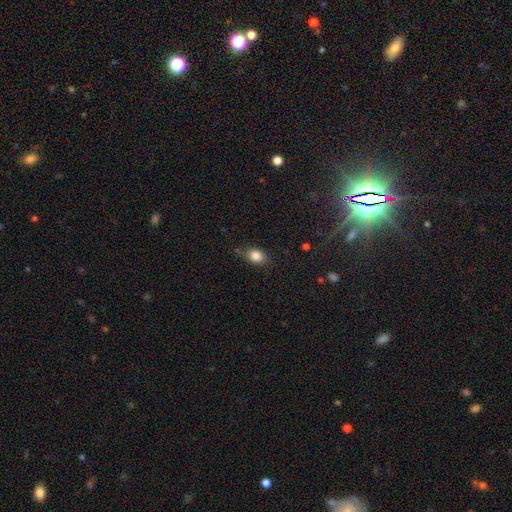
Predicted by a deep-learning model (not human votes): A smooth galaxy with no disk features (83%) that is in between round and cigar-shaped (66%).

Vote fractions:
- Smooth or featured? smooth: 83% / star or artifact: 9% / featured or disk: 7%
- How rounded? in between: 66% / round: 32% / cigar-shaped: 2%
- Merging? none: 67% / minor disturbance: 24% / major disturbance: 6% / merger: 3%